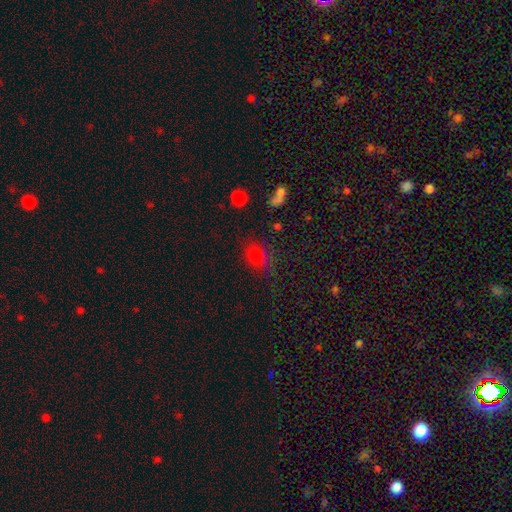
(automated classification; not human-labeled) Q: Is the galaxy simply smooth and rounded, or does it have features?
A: smooth — 68%.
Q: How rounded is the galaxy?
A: round — 51%.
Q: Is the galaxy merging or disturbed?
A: none — 66%.